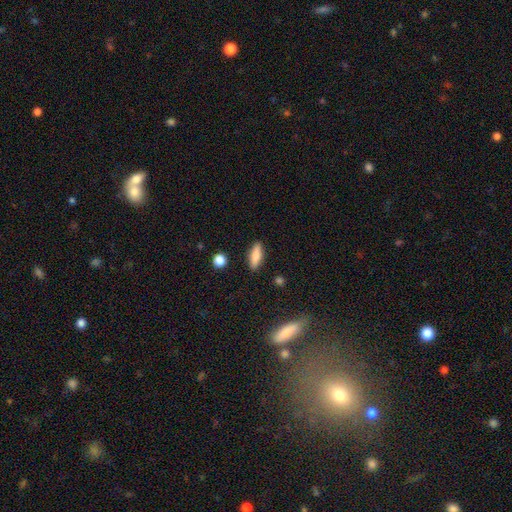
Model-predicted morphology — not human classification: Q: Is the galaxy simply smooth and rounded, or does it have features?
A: smooth — 76%.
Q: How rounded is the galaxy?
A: cigar-shaped — 49%.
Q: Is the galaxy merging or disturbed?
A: none — 88%.